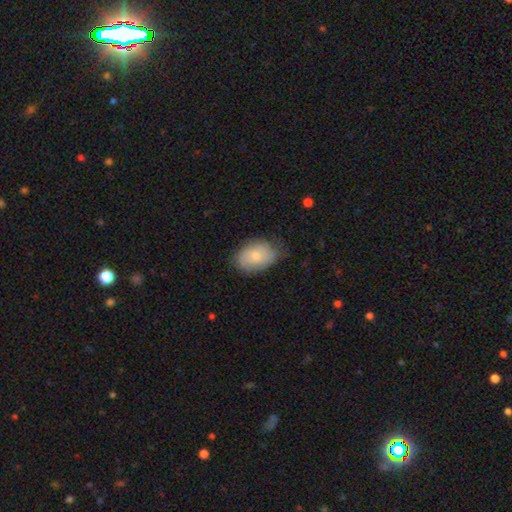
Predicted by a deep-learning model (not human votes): Smooth or featured? smooth (64%)
How rounded? in between (79%)
Merging? none (65%)